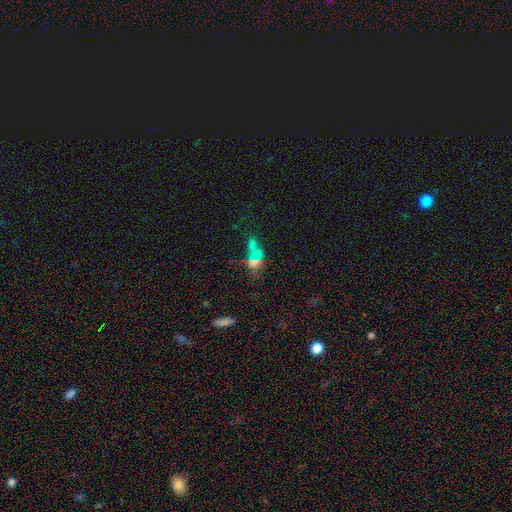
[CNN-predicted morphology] The model was most divided on "merging": merger: 47%, none: 29%, minor disturbance: 12%, major disturbance: 12%. More confident: how rounded — in between (74%); smooth or featured — smooth (52%).